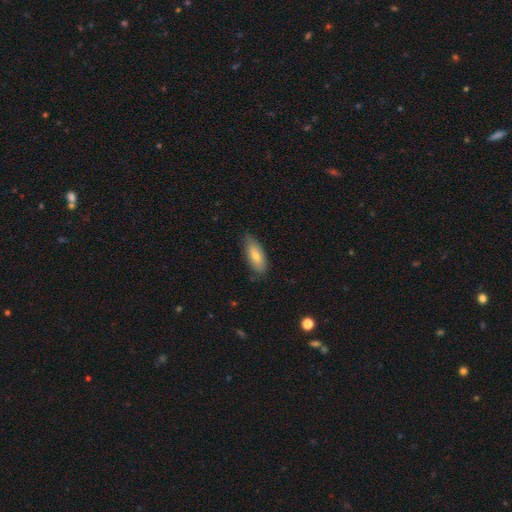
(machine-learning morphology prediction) Smooth or featured?
  - smooth: 75% *
  - featured or disk: 19%
  - star or artifact: 6%
How rounded?
  - in between: 76% *
  - cigar-shaped: 22%
  - round: 2%
Merging?
  - none: 77% *
  - minor disturbance: 19%
  - major disturbance: 3%
  - merger: 1%